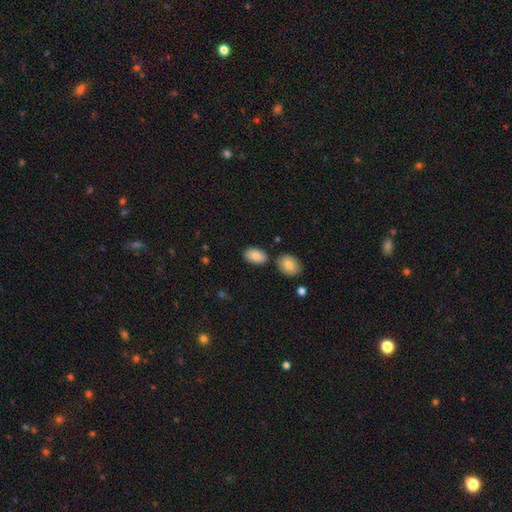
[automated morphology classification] Smooth or featured? smooth (86%)
How rounded? in between (92%)
Merging? none (74%)